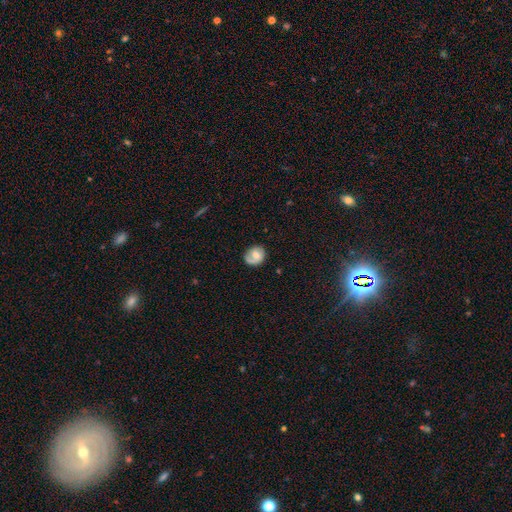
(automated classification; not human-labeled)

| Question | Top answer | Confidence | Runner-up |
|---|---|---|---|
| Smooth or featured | smooth | 48% | featured or disk (44%) |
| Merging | none | 69% | minor disturbance (21%) |